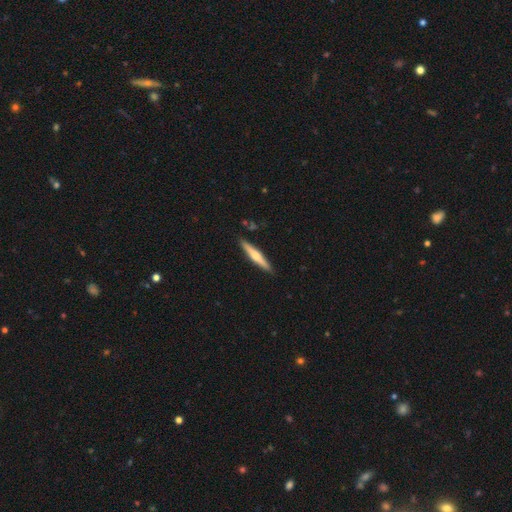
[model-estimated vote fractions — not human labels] A featured or disk galaxy (53%) viewed edge-on (96%) with a rounded central bulge (86%).

Vote fractions:
- Smooth or featured? featured or disk: 53% / smooth: 41% / star or artifact: 5%
- Edge-on disk? yes: 96% / no: 4%
- Edge-on bulge? rounded: 86% / none: 10% / boxy: 4%
- Merging? none: 90% / minor disturbance: 7% / merger: 2% / major disturbance: 1%